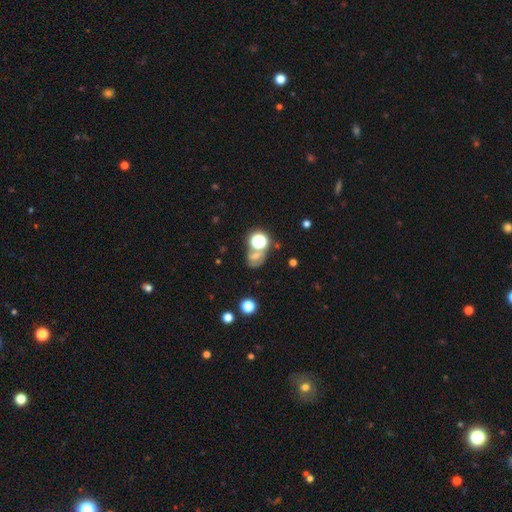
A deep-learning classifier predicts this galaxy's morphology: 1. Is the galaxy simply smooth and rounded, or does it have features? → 45% star or artifact, 34% smooth, 21% featured or disk.